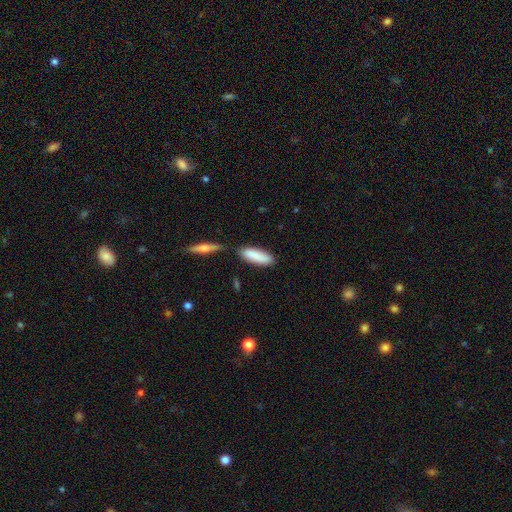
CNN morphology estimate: Q: Smooth or featured?
A: smooth (86%); runner-up: featured or disk (8%)
Q: How rounded?
A: cigar-shaped (49%); tied with: in between (49%)
Q: Merging?
A: none (71%); runner-up: minor disturbance (14%)